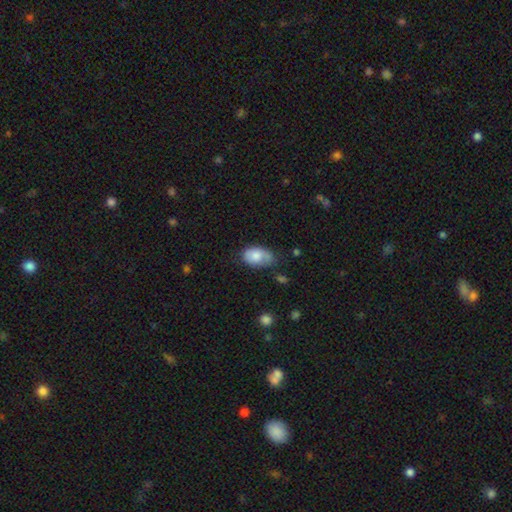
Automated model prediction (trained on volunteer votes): The model was most divided on "merging": none: 51%, minor disturbance: 35%, major disturbance: 10%, merger: 4%. More confident: how rounded — in between (90%); smooth or featured — smooth (77%).